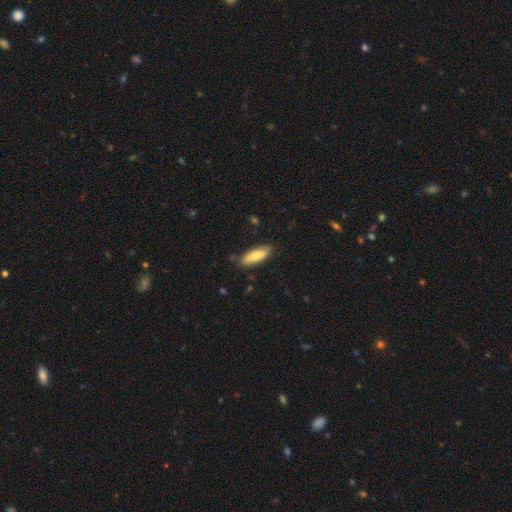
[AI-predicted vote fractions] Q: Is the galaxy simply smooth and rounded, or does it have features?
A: smooth — 72%.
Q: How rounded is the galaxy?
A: in between — 58%.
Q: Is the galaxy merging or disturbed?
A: none — 84%.